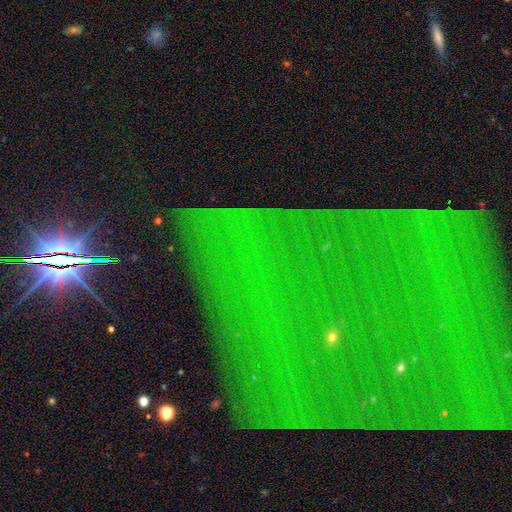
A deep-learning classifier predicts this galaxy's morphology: smooth-or-featured: star or artifact: 86% | featured or disk: 8% | smooth: 6%